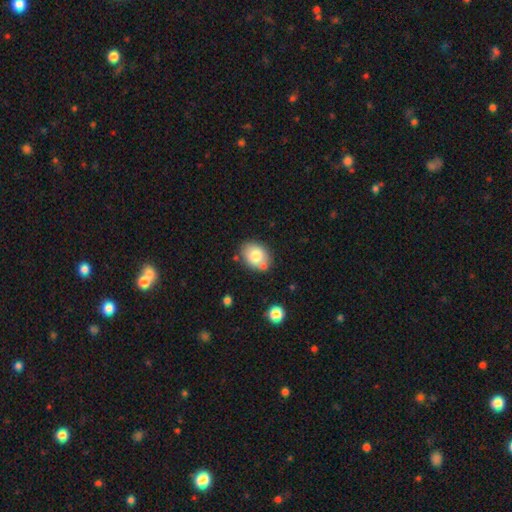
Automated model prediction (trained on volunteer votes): Morphology: type=smooth (78%); roundness=in between (67%); merging=none (68%).